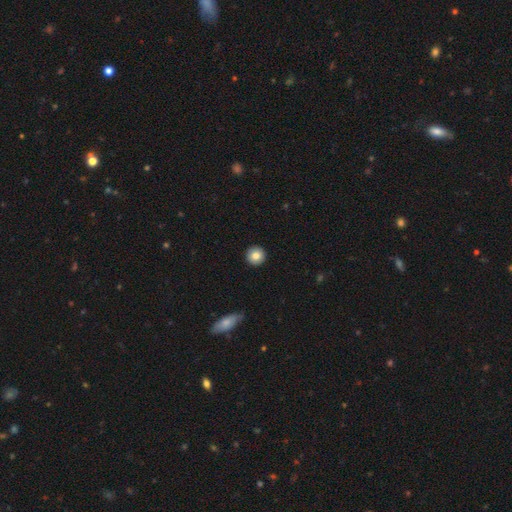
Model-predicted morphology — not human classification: Q: Smooth or featured?
A: smooth (82%); runner-up: featured or disk (9%)
Q: How rounded?
A: round (95%); runner-up: in between (4%)
Q: Merging?
A: none (93%); runner-up: minor disturbance (5%)